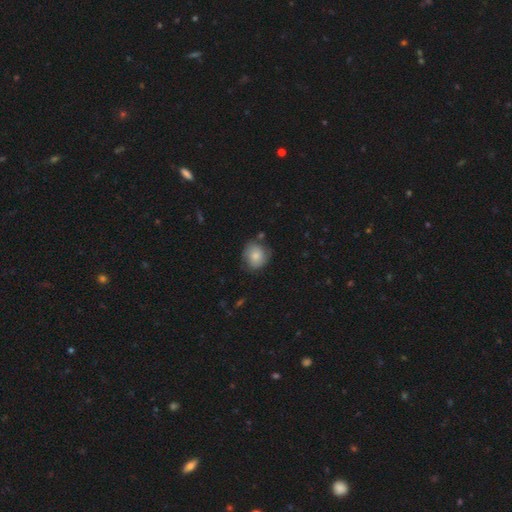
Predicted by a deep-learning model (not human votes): This appears to be a smooth galaxy with no disk features (77%) that is round (77%). Merging: none (69%).